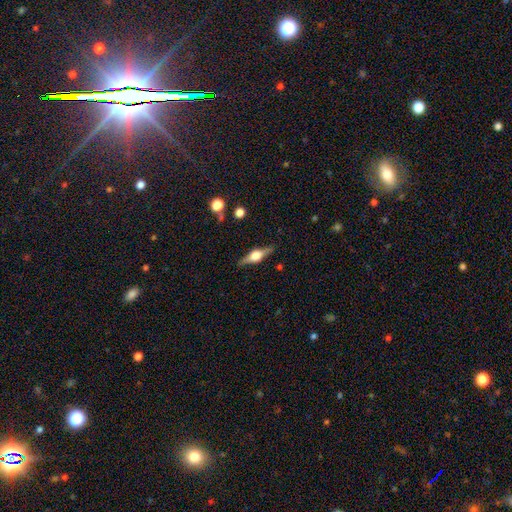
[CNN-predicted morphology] Overall: featured or disk (73%). Edge-on disk: yes (97%). Edge-on bulge: rounded (92%). Merging: none (88%).